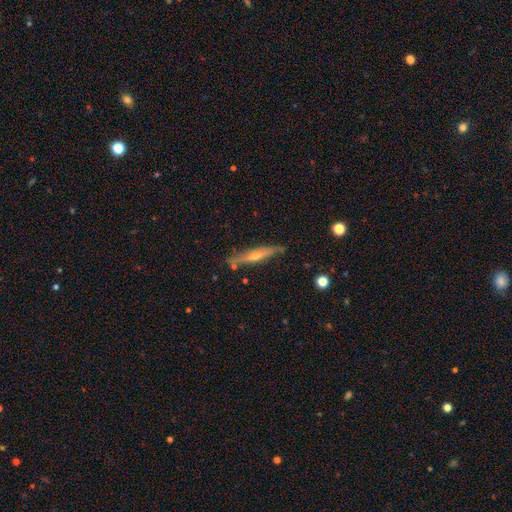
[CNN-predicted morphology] A featured or disk galaxy (66%) viewed edge-on (92%) with a rounded central bulge (76%).

Vote fractions:
- Smooth or featured? featured or disk: 66% / smooth: 28% / star or artifact: 6%
- Edge-on disk? yes: 92% / no: 8%
- Edge-on bulge? rounded: 76% / none: 18% / boxy: 6%
- Merging? none: 81% / minor disturbance: 14% / merger: 3% / major disturbance: 2%